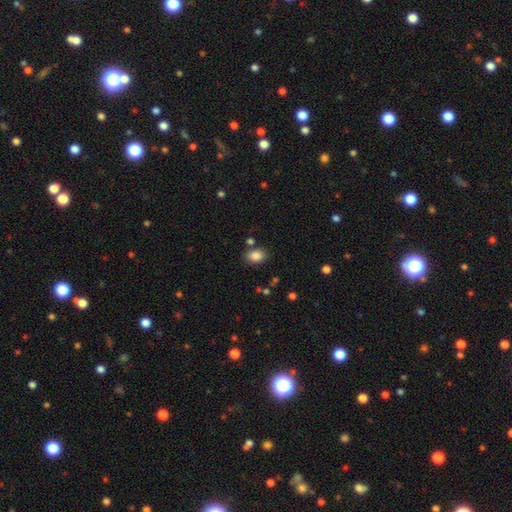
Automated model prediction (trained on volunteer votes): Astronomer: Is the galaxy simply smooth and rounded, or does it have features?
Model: smooth — 85%.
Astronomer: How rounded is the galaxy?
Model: in between — 77%.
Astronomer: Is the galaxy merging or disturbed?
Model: none — 79%.